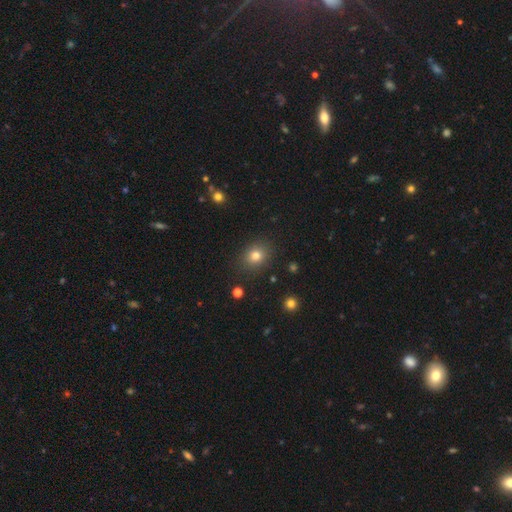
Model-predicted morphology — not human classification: This appears to be a smooth galaxy with no disk features (79%) that is round (61%). Merging: none (86%).